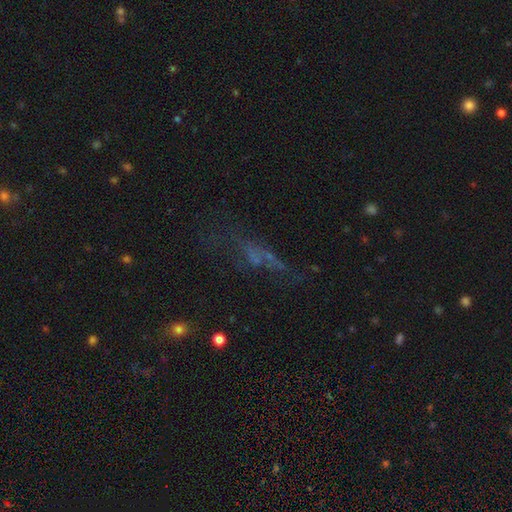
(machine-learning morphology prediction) Smooth or featured: smooth — 37% (featured or disk — 34%)
Merging: none — 44% (major disturbance — 30%)